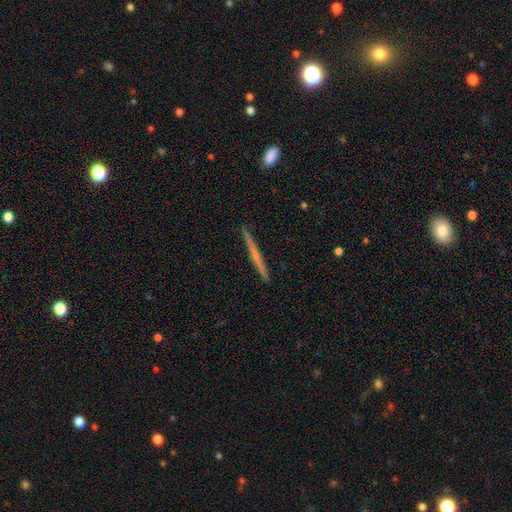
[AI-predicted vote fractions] Q: Smooth or featured?
A: featured or disk (64%); runner-up: smooth (30%)
Q: Edge-on disk?
A: yes (98%); runner-up: no (2%)
Q: Edge-on bulge?
A: none (55%); runner-up: rounded (39%)
Q: Merging?
A: none (92%); runner-up: minor disturbance (6%)